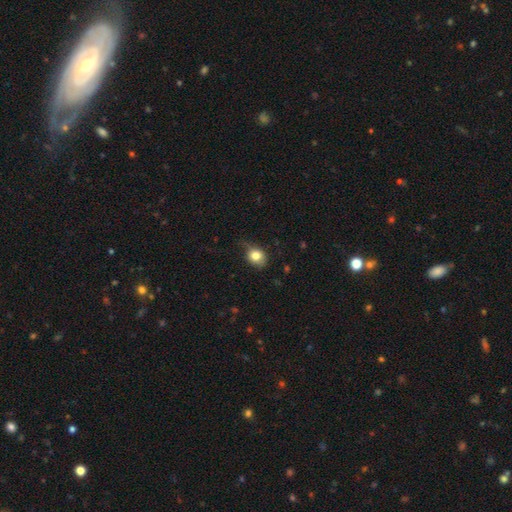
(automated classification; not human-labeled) A smooth galaxy with no disk features (78%) that is round (61%).

Vote fractions:
- Smooth or featured? smooth: 78% / featured or disk: 12% / star or artifact: 10%
- How rounded? round: 61% / in between: 38% / cigar-shaped: 1%
- Merging? none: 51% / minor disturbance: 35% / major disturbance: 12% / merger: 2%